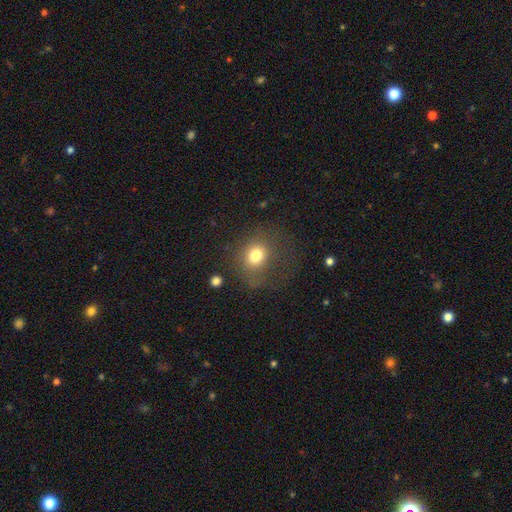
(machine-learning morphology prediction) This appears to be a smooth galaxy with no disk features (75%) that is round (67%). Merging: none (57%).